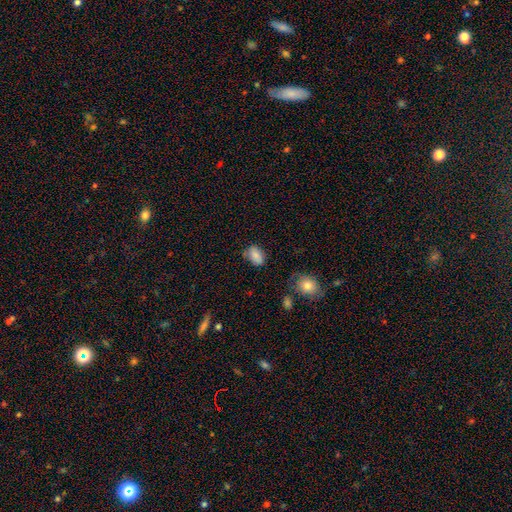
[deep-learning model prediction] A smooth galaxy with no disk features (84%) that is in between round and cigar-shaped (86%). Merging: none (68%).